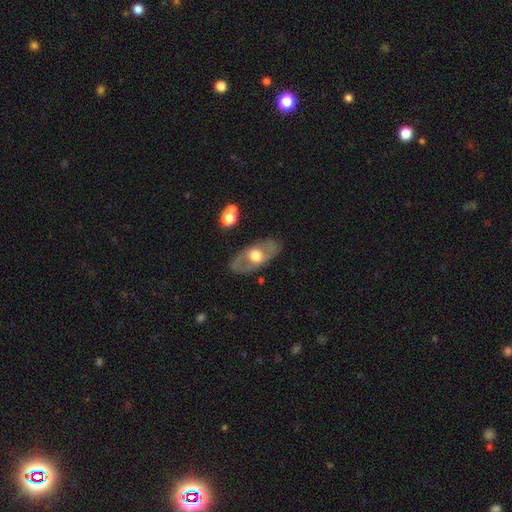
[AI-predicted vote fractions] Smooth or featured: featured or disk — 61% (smooth — 34%)
Edge-on disk: no — 81% (yes — 19%)
Merging: none — 82% (minor disturbance — 12%)